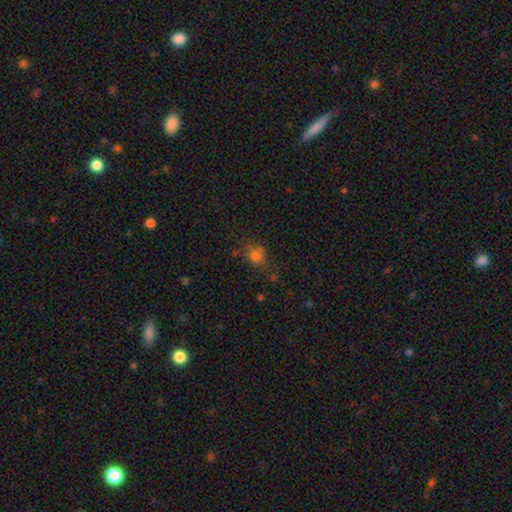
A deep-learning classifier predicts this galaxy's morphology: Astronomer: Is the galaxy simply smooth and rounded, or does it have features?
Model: smooth — 72%.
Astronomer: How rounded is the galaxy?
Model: round — 57% (runner-up: in between, 41%).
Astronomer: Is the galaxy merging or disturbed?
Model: none — 60%.